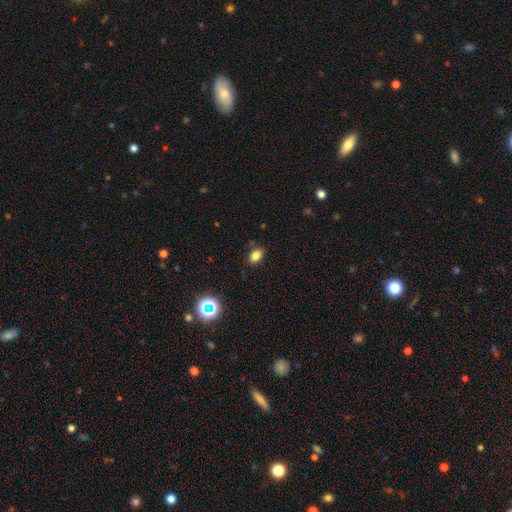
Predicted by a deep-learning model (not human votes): This is clearly a smooth galaxy (80%). How rounded: likely in between (80%). Merging: clearly none (84%).